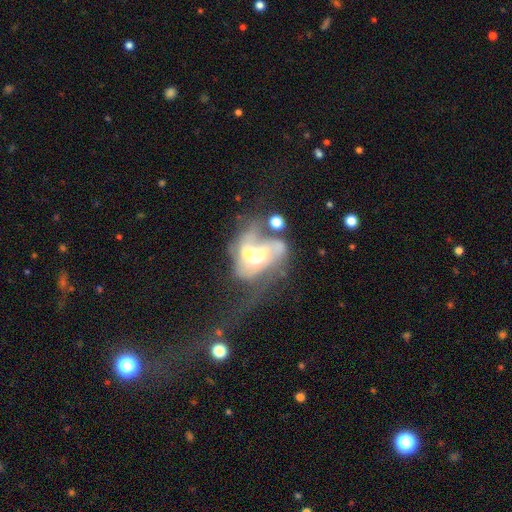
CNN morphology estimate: smooth_or_featured: featured or disk (p=0.69) [alt: smooth p=0.22]
disk_edge_on: no (p=0.96) [alt: yes p=0.04]
bar: no (p=0.56) [alt: weak p=0.31]
has_spiral_arms: yes (p=0.59) [alt: no p=0.41]
bulge_size: moderate (p=0.54) [alt: large p=0.22]
merging: major disturbance (p=0.40) [alt: merger p=0.36]